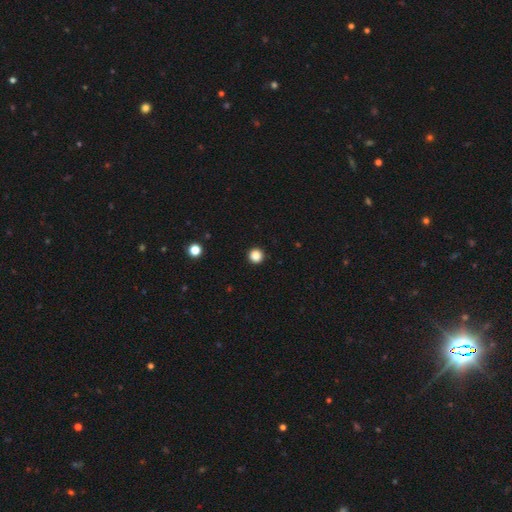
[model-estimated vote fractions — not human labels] smooth_or_featured: smooth (p=0.86) [alt: star or artifact p=0.11]
how_rounded: round (p=0.96) [alt: in between p=0.03]
merging: none (p=0.94) [alt: minor disturbance p=0.04]